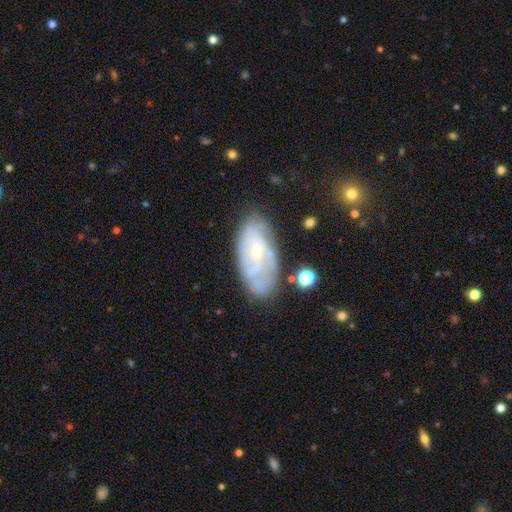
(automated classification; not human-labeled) Smooth or featured? Predicted: featured or disk (p=0.71). Edge-on disk? Predicted: no (p=0.93). Bar? Predicted: no (p=0.63). Spiral arms? Predicted: yes (p=0.85). Spiral winding? Predicted: tight (p=0.61). Spiral arm count? Predicted: can't tell (p=0.47). Bulge size? Predicted: small (p=0.74). Merging? Predicted: none (p=0.72).